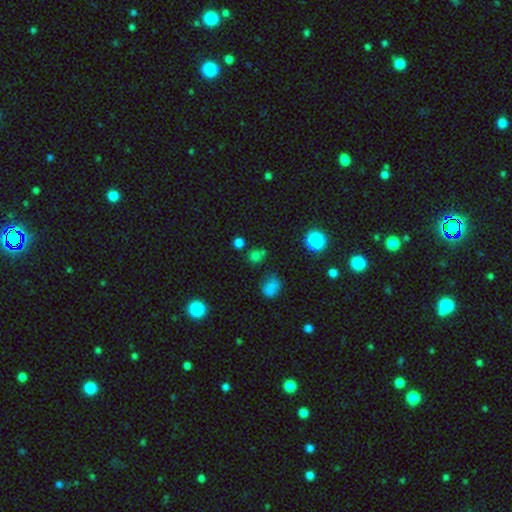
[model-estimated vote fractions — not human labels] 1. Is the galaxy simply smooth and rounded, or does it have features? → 65% smooth, 28% star or artifact, 7% featured or disk.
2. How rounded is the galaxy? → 83% round, 16% in between, 1% cigar-shaped.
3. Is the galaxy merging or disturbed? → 67% none, 16% merger, 12% minor disturbance, 5% major disturbance.